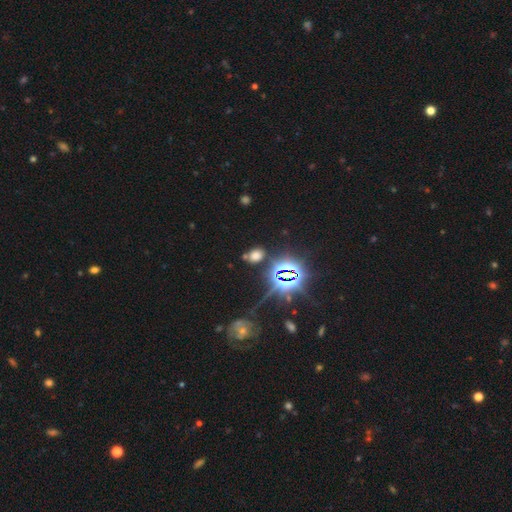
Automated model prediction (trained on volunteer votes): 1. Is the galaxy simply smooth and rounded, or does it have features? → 50% smooth, 42% star or artifact, 8% featured or disk.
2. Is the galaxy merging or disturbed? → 73% none, 13% minor disturbance, 9% merger, 5% major disturbance.